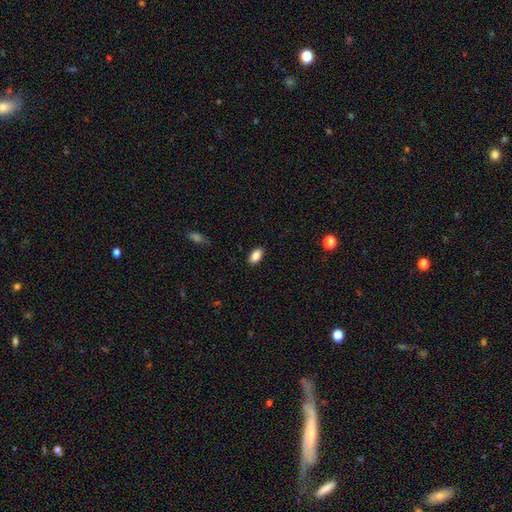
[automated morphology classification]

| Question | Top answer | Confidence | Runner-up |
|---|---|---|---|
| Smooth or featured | smooth | 87% | star or artifact (8%) |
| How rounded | in between | 92% | round (5%) |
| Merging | none | 88% | minor disturbance (9%) |